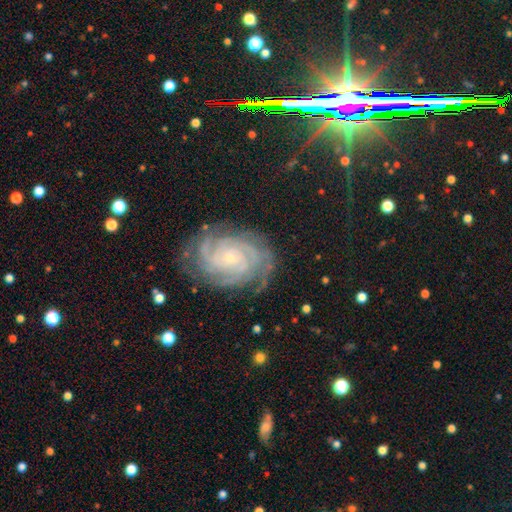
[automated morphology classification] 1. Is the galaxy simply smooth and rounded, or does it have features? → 89% featured or disk, 6% star or artifact, 5% smooth.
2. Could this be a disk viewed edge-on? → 97% no, 3% yes.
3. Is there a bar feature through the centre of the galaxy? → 75% no, 19% weak, 6% strong.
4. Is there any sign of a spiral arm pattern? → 98% yes, 2% no.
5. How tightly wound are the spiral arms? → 75% tight, 22% medium, 3% loose.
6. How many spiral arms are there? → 26% 4, 23% 3, 18% can't tell, 14% 2, 11% more than 4, 7% 1.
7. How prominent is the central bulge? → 84% small, 12% moderate, 2% none, 1% large, 1% dominant.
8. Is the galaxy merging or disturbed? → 75% none, 17% minor disturbance, 7% major disturbance, 2% merger.